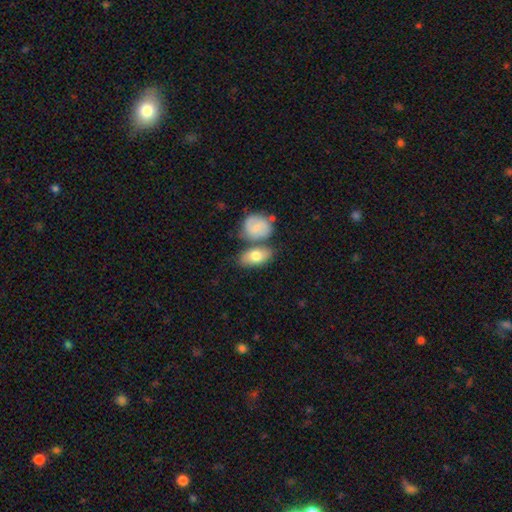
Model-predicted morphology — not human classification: This appears to be a smooth galaxy with no disk features (73%) that is in between round and cigar-shaped (86%). Merging: none (54%).